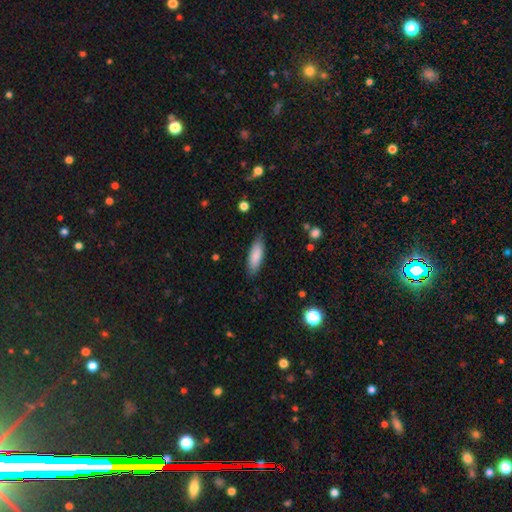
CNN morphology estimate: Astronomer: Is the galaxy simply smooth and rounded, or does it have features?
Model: smooth — 85%.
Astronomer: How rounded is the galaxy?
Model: in between — 57% (runner-up: cigar-shaped, 41%).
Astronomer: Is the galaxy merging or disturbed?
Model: none — 84%.